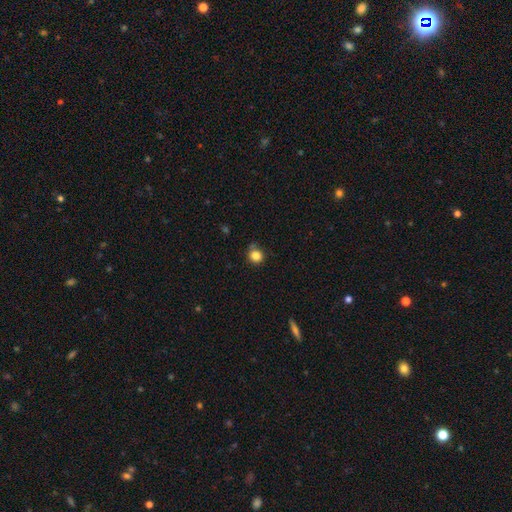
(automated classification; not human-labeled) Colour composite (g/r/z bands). It shows a smooth galaxy with no disk features (84%) that is round (90%). Merging: none (74%).